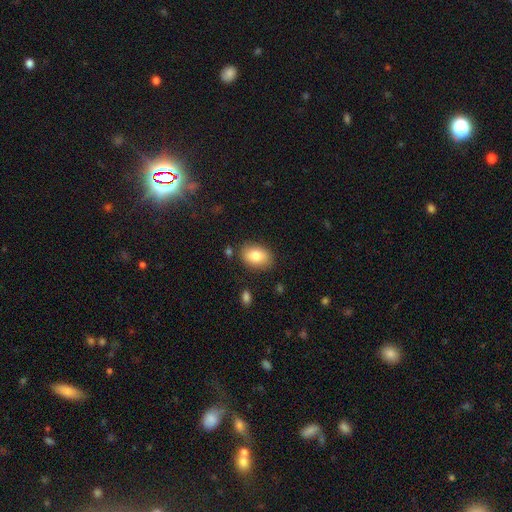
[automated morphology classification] A smooth galaxy with no disk features (81%) that is in between round and cigar-shaped (83%). Merging: none (82%).